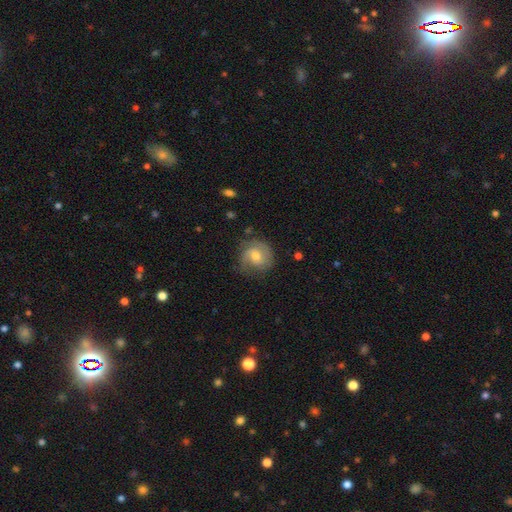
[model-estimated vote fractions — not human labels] The model was most divided on "spiral winding": tight: 46%, medium: 40%, loose: 15%. More confident: edge-on disk — no (98%); spiral arms — yes (91%); merging — none (70%); smooth or featured — featured or disk (66%); bulge size — moderate (64%); spiral arm count — 2 (55%); bar — no (54%).